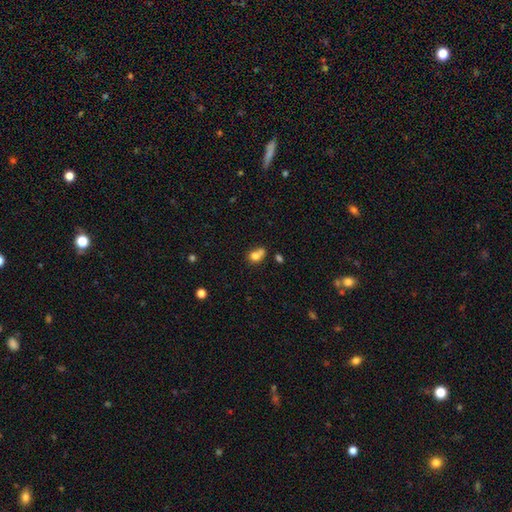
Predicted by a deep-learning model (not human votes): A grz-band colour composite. It shows a smooth galaxy with no disk features (76%) that is round (60%). Merging: merger (47%).